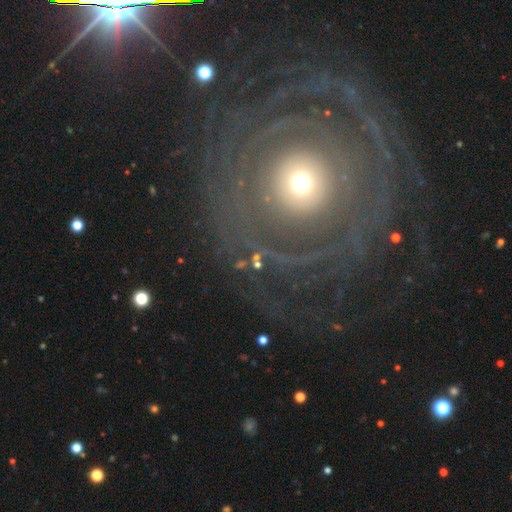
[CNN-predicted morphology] The model was most divided on "bulge size": moderate: 49%, small: 39%, large: 8%, dominant: 2%, none: 1%. Remaining: edge-on disk — no (96%); bar — no (87%); merging — none (77%); spiral winding — tight (77%); spiral arms — yes (74%); smooth or featured — featured or disk (73%); spiral arm count — can't tell (36%).